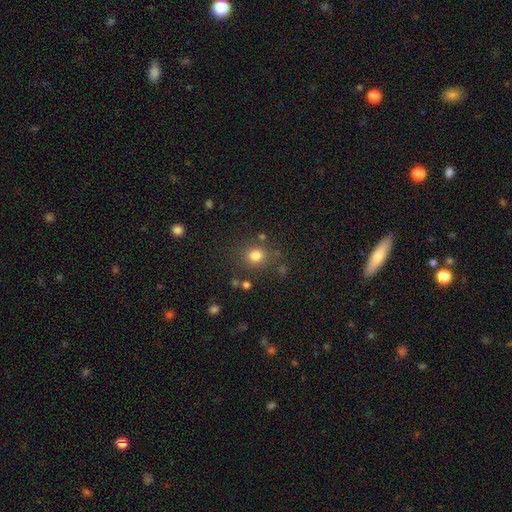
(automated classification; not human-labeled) Smooth or featured?
  - smooth: 80% *
  - star or artifact: 14%
  - featured or disk: 6%
How rounded?
  - round: 78% *
  - in between: 21%
  - cigar-shaped: 1%
Merging?
  - none: 80% *
  - minor disturbance: 10%
  - merger: 5%
  - major disturbance: 4%